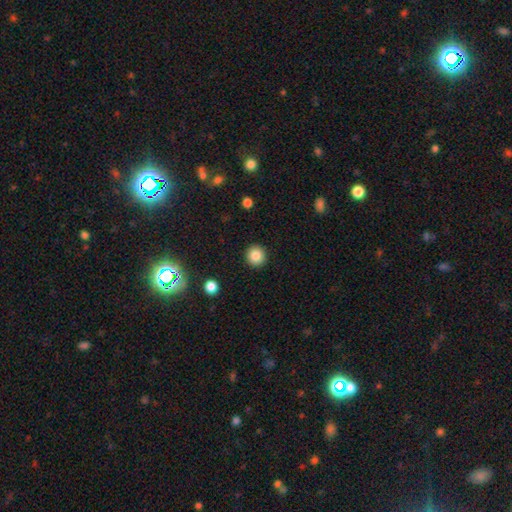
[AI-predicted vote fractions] smooth 85%, star or artifact 10%, featured or disk 5%. Down the decision tree: how rounded — round (93%); merging — none (92%).